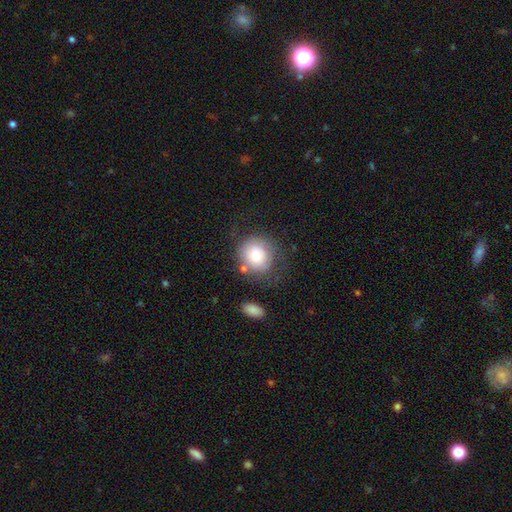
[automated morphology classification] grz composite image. It shows a smooth galaxy with no disk features (69%) that is round (84%). Merging: none (61%).